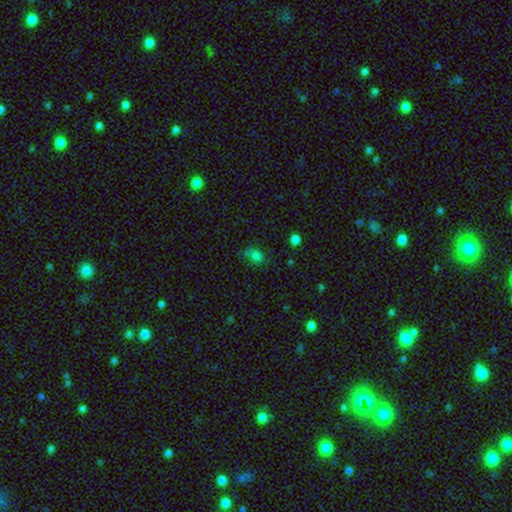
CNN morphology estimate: smooth_or_featured: smooth (p=0.72) [alt: star or artifact p=0.21]
how_rounded: in between (p=0.66) [alt: round p=0.32]
merging: none (p=0.60) [alt: minor disturbance p=0.24]